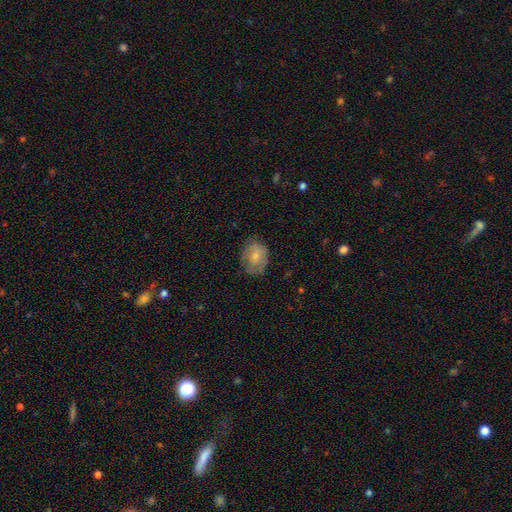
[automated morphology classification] The model was most divided on "how rounded": round: 57%, in between: 42%, cigar-shaped: 1%. More confident: merging — none (64%); smooth or featured — smooth (63%).